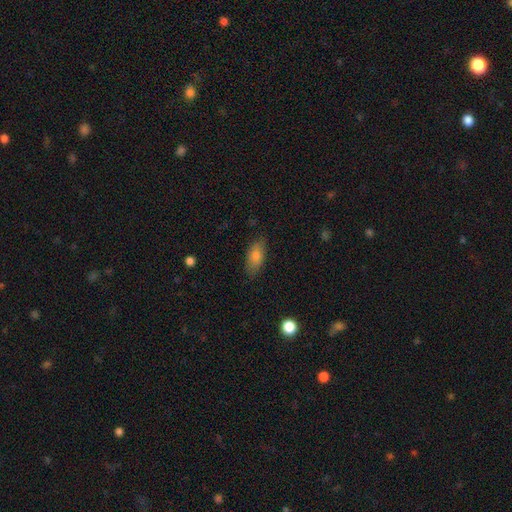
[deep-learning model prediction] Smooth or featured: smooth — 80% (featured or disk — 12%)
How rounded: in between — 84% (cigar-shaped — 13%)
Merging: none — 84% (minor disturbance — 12%)